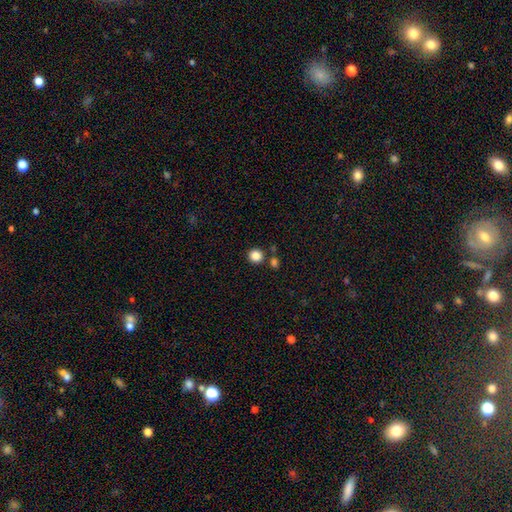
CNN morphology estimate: Smooth or featured? smooth (85%)
How rounded? round (91%)
Merging? none (82%)